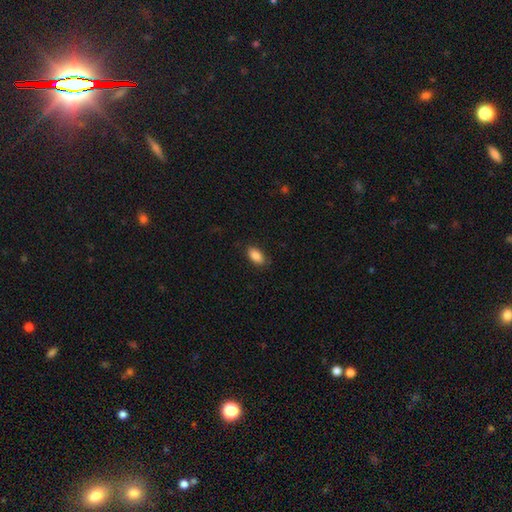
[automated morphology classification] Q: Smooth or featured?
A: smooth (87%); runner-up: star or artifact (7%)
Q: How rounded?
A: in between (92%); runner-up: round (4%)
Q: Merging?
A: none (85%); runner-up: minor disturbance (12%)